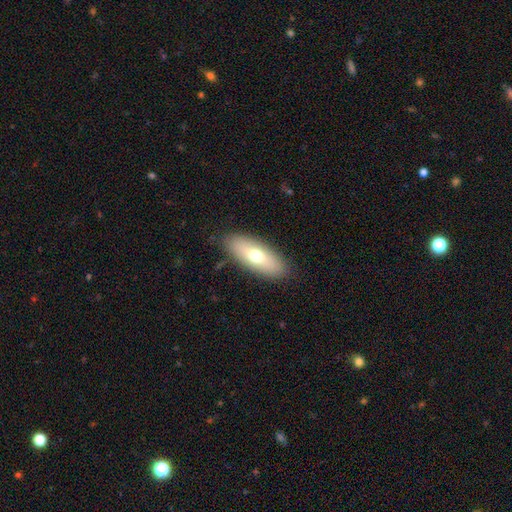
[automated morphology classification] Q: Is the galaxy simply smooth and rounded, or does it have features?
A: smooth — 67%.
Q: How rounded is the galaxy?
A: in between — 73%.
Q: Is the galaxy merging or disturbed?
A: none — 86%.